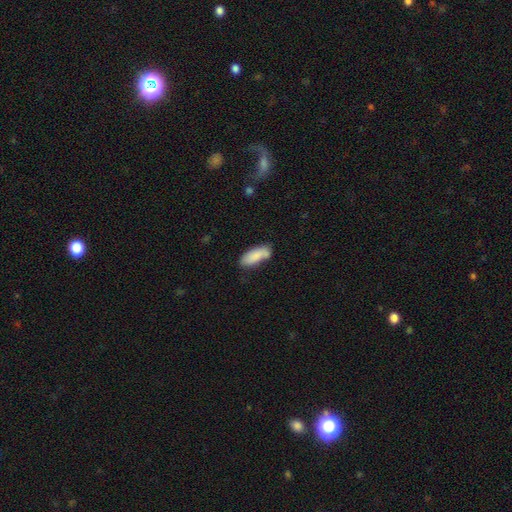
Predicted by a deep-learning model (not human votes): smooth-or-featured: smooth: 83% | featured or disk: 10% | star or artifact: 7%
  how-rounded: in between: 77% | cigar-shaped: 21% | round: 2%
  merging: none: 58% | minor disturbance: 23% | merger: 12% | major disturbance: 6%